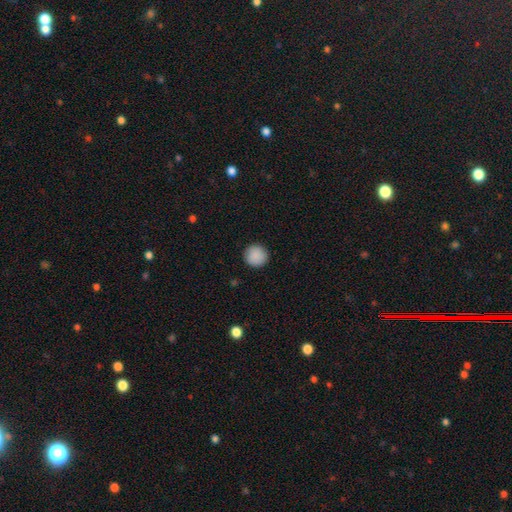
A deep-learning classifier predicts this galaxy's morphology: Smooth or featured: smooth — 90% (star or artifact — 8%)
How rounded: round — 95% (in between — 4%)
Merging: none — 92% (minor disturbance — 5%)